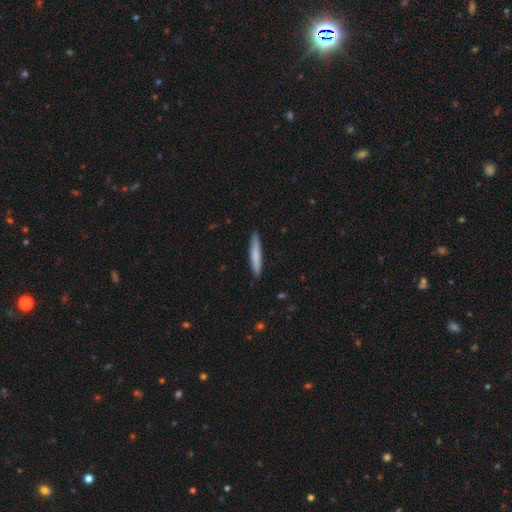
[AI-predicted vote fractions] A smooth galaxy with no disk features (75%) that is cigar-shaped (93%). Merging: none (89%).